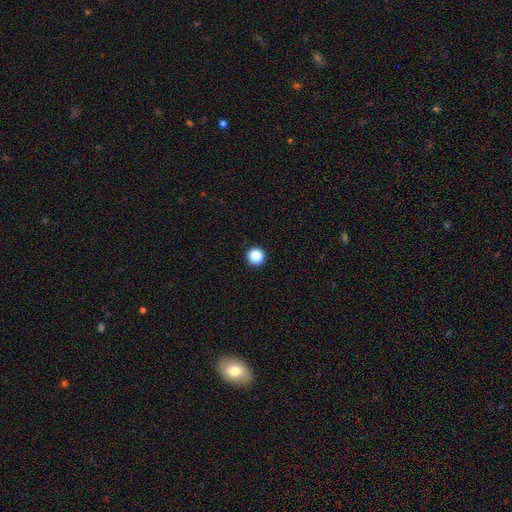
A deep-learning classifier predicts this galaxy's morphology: Smooth or featured?
  - smooth: 88% *
  - star or artifact: 9%
  - featured or disk: 2%
How rounded?
  - round: 96% *
  - in between: 3%
  - cigar-shaped: 1%
Merging?
  - none: 93% *
  - minor disturbance: 4%
  - major disturbance: 1%
  - merger: 1%